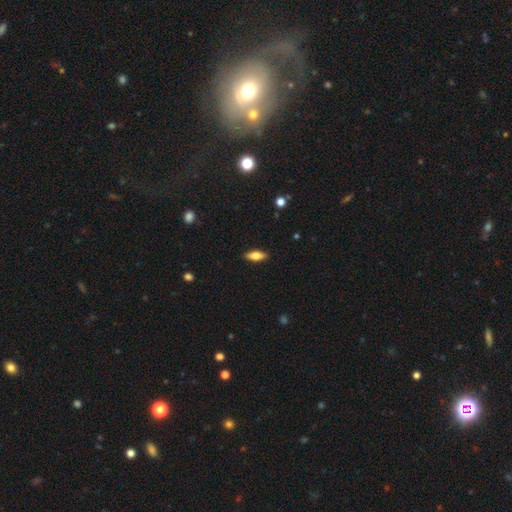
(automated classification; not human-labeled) This appears to be a smooth galaxy with no disk features (63%) that is in between round and cigar-shaped (69%). Merging: none (88%).